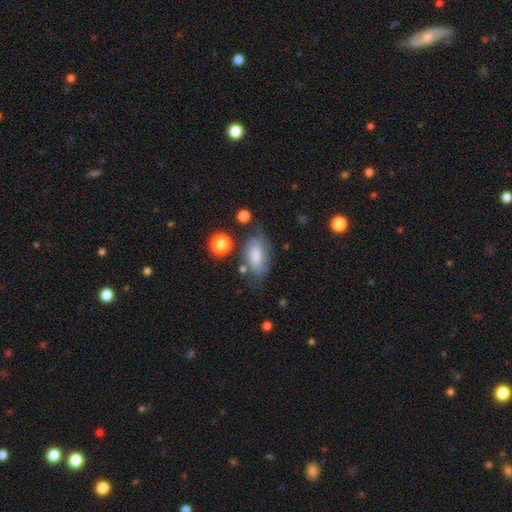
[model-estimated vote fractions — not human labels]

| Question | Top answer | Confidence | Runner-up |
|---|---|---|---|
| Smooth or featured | smooth | 58% | featured or disk (33%) |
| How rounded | in between | 89% | round (7%) |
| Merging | none | 50% | minor disturbance (28%) |